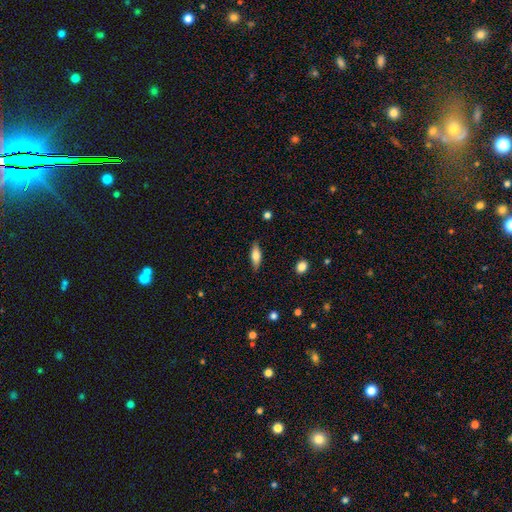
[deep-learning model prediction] Smooth or featured?
  - smooth: 67% *
  - featured or disk: 26%
  - star or artifact: 7%
How rounded?
  - in between: 57% *
  - cigar-shaped: 40%
  - round: 3%
Merging?
  - none: 85% *
  - minor disturbance: 11%
  - major disturbance: 2%
  - merger: 1%